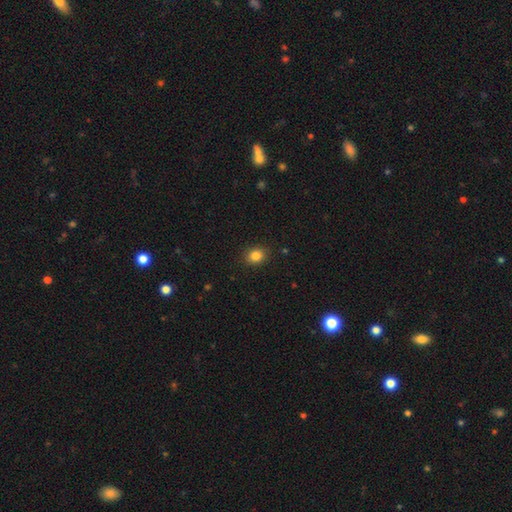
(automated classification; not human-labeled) Smooth or featured: smooth — 84% (star or artifact — 11%)
How rounded: round — 61% (in between — 38%)
Merging: none — 89% (minor disturbance — 8%)